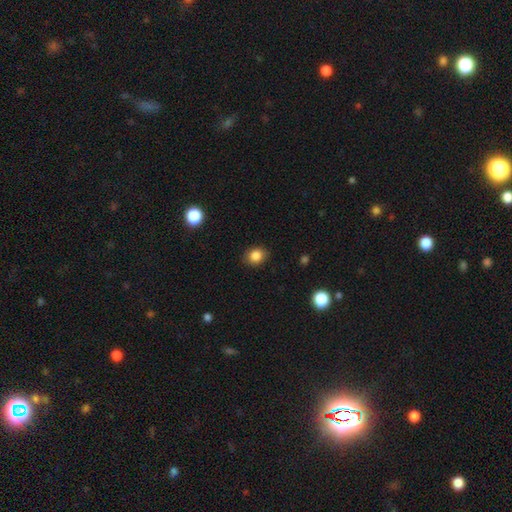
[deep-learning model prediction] Smooth or featured: smooth — 85% (star or artifact — 10%)
How rounded: round — 57% (in between — 42%)
Merging: none — 86% (minor disturbance — 10%)